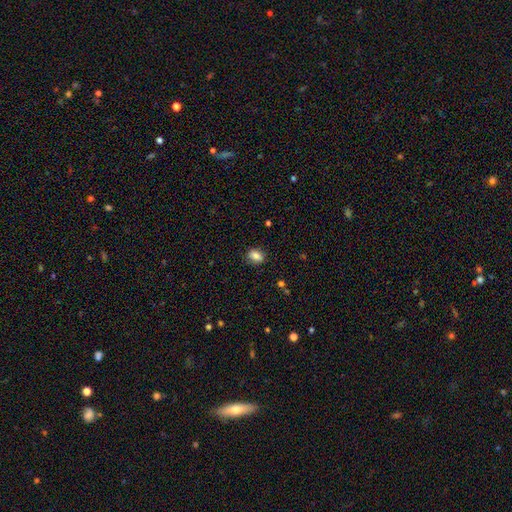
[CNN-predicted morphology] Q: Smooth or featured?
A: smooth (83%); runner-up: star or artifact (9%)
Q: How rounded?
A: in between (65%); runner-up: round (34%)
Q: Merging?
A: none (83%); runner-up: minor disturbance (12%)